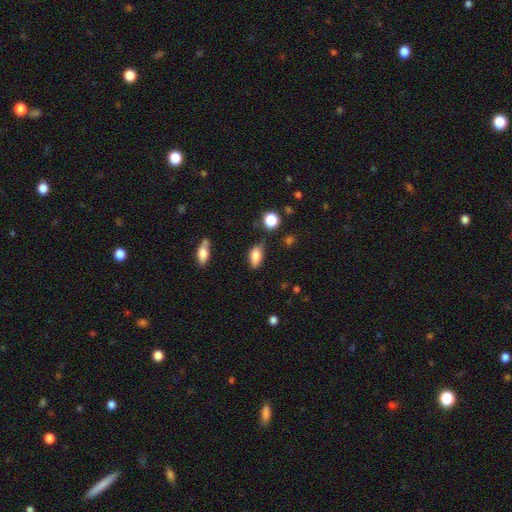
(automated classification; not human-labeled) Smooth or featured: smooth — 79% (featured or disk — 13%)
How rounded: in between — 86% (cigar-shaped — 8%)
Merging: none — 53% (minor disturbance — 33%)